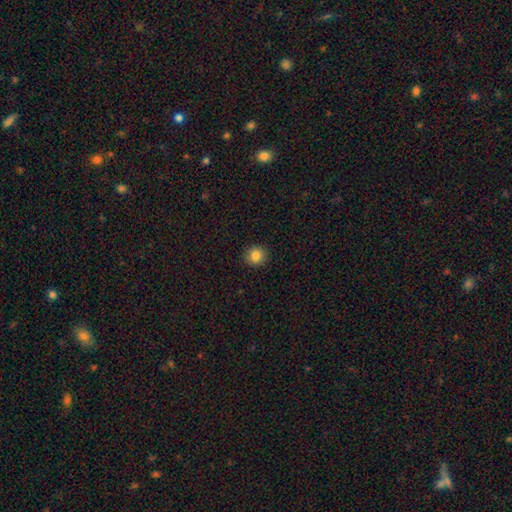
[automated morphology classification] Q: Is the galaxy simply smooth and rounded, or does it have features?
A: smooth — 84%.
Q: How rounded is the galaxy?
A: round — 90%.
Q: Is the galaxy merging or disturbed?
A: none — 92%.